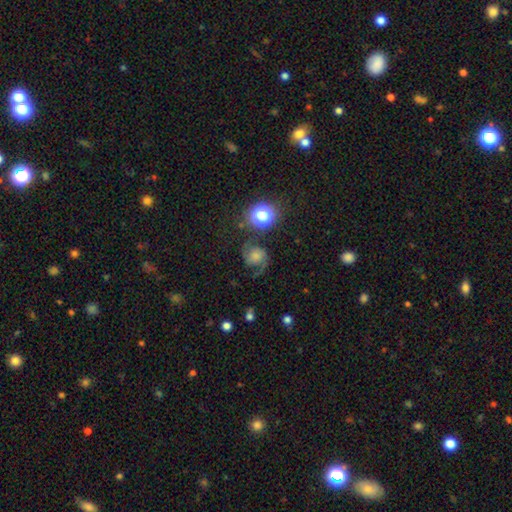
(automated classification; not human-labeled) Morphology: type=featured or disk (57%); edge-on=no (98%); bar=no (71%); spiral arms=yes (92%); winding=medium (46%); arm count=2 (73%); bulge=small (34%); merging=none (54%).